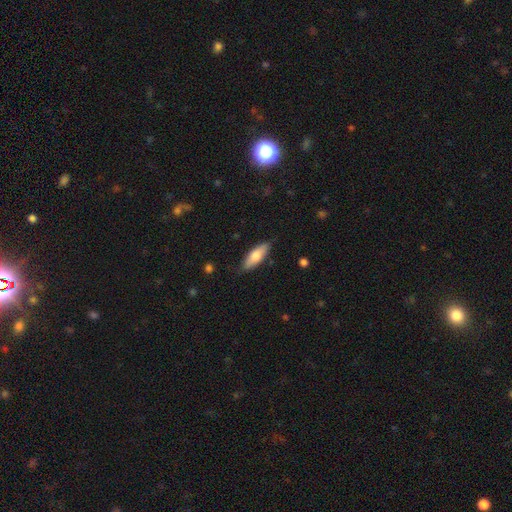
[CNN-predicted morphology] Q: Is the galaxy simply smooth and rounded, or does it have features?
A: smooth — 71%.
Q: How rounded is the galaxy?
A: in between — 65%.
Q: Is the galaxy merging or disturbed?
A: none — 82%.